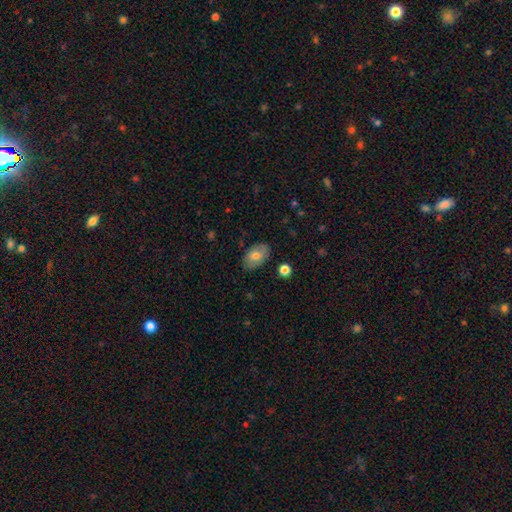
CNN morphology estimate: A smooth galaxy with no disk features (72%) that is in between round and cigar-shaped (91%).

Vote fractions:
- Smooth or featured? smooth: 72% / featured or disk: 22% / star or artifact: 7%
- How rounded? in between: 91% / round: 8% / cigar-shaped: 1%
- Merging? none: 83% / minor disturbance: 13% / major disturbance: 3% / merger: 1%